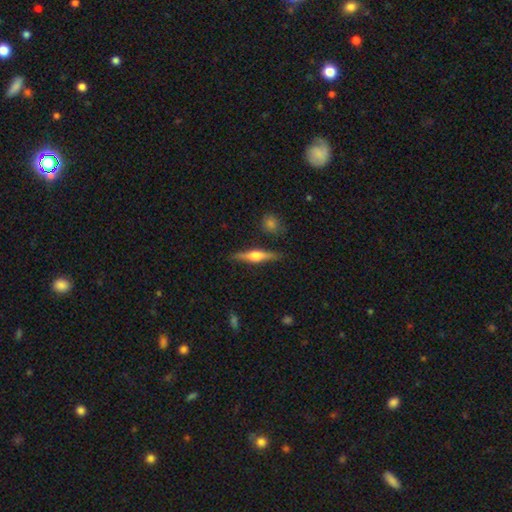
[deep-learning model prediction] smooth_or_featured: featured or disk (p=0.65) [alt: smooth p=0.29]
disk_edge_on: yes (p=0.97) [alt: no p=0.03]
edge_on_bulge: rounded (p=0.90) [alt: boxy p=0.07]
merging: none (p=0.86) [alt: minor disturbance p=0.09]